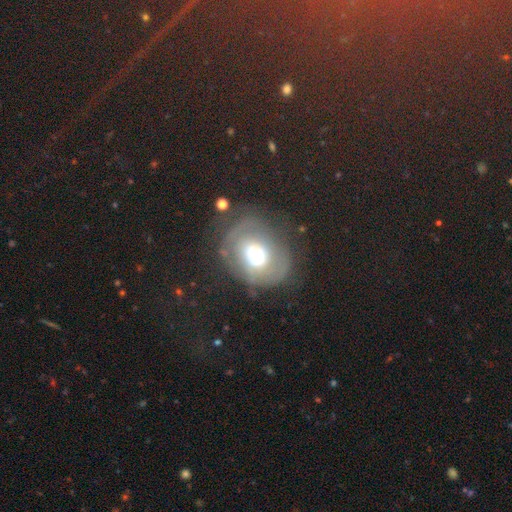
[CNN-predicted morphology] Smooth or featured: featured or disk — 47% (smooth — 43%)
Merging: none — 50% (minor disturbance — 24%)